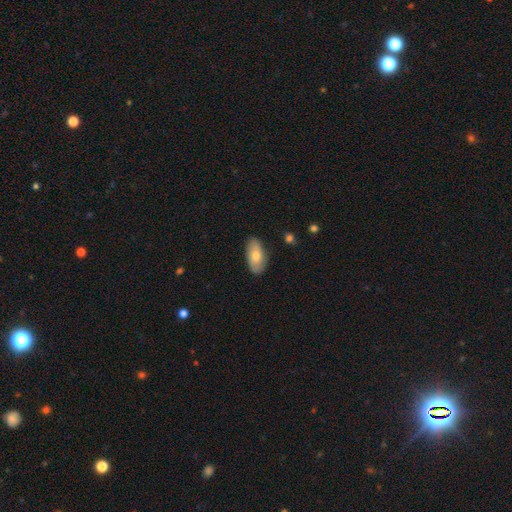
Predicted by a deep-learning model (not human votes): Smooth or featured?
  - smooth: 72% *
  - featured or disk: 22%
  - star or artifact: 6%
How rounded?
  - in between: 92% *
  - cigar-shaped: 5%
  - round: 3%
Merging?
  - none: 85% *
  - minor disturbance: 12%
  - major disturbance: 2%
  - merger: 1%